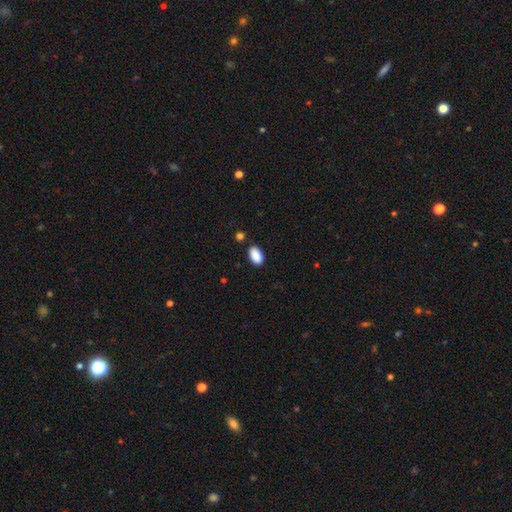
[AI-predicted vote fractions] smooth-or-featured: smooth: 89% | star or artifact: 7% | featured or disk: 3%
  how-rounded: in between: 93% | round: 4% | cigar-shaped: 2%
  merging: none: 83% | minor disturbance: 12% | merger: 3% | major disturbance: 2%